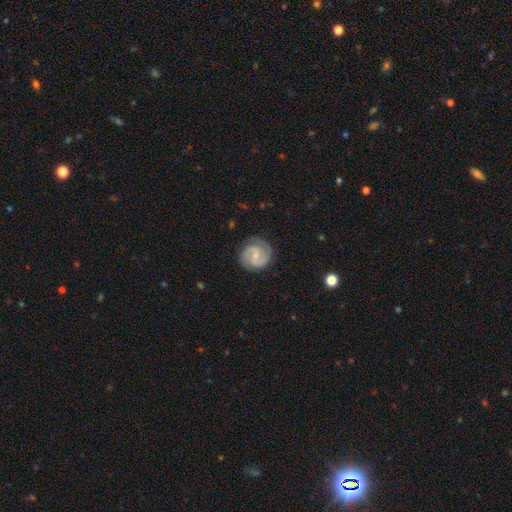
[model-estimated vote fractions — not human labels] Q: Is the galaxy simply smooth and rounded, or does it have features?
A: featured or disk — 84%.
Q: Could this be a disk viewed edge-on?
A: no — 98%.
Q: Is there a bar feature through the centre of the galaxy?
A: weak — 52%.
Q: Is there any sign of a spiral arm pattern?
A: yes — 97%.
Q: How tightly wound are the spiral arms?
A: tight — 48%.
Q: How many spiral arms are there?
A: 2 — 88%.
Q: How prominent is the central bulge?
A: small — 64%.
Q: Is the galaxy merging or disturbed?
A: none — 82%.